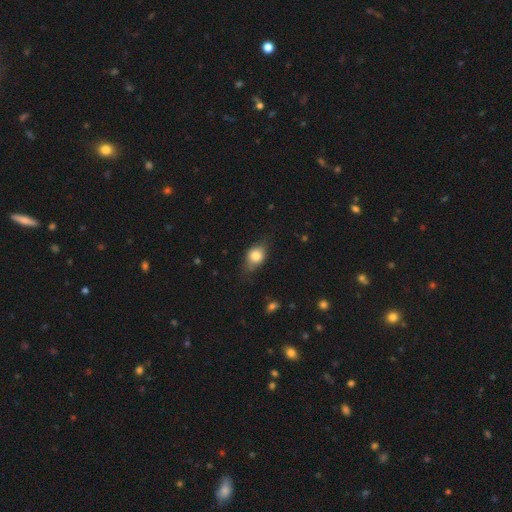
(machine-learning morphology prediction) A smooth galaxy with no disk features (78%) that is in between round and cigar-shaped (64%).

Vote fractions:
- Smooth or featured? smooth: 78% / featured or disk: 14% / star or artifact: 9%
- How rounded? in between: 64% / round: 33% / cigar-shaped: 2%
- Merging? none: 65% / minor disturbance: 27% / major disturbance: 7% / merger: 1%